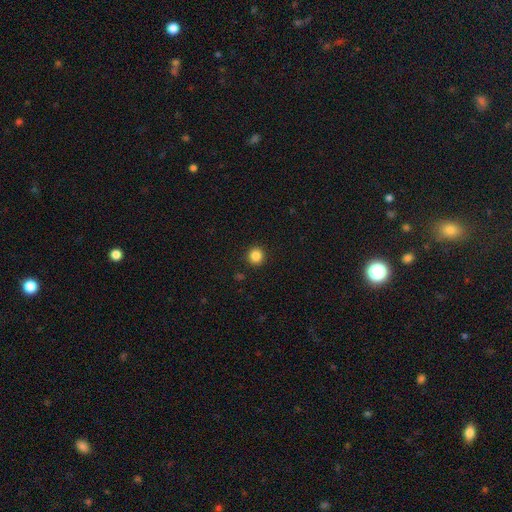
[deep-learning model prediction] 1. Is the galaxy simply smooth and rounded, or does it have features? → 86% smooth, 11% star or artifact, 3% featured or disk.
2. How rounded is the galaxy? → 94% round, 5% in between, 1% cigar-shaped.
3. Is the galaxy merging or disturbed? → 92% none, 5% minor disturbance, 2% major disturbance, 1% merger.